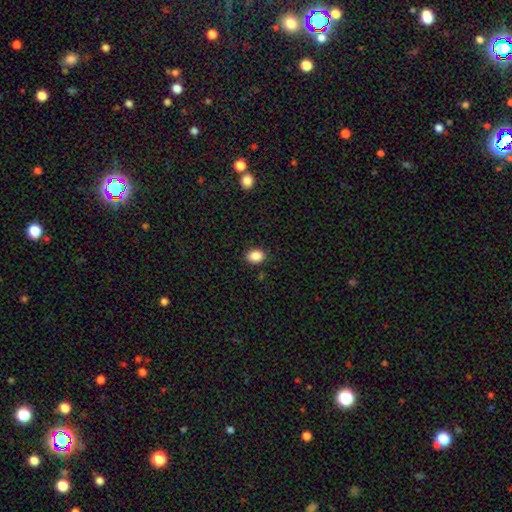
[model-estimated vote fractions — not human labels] A smooth galaxy with no disk features (87%) that is in between round and cigar-shaped (66%). Merging: none (88%).